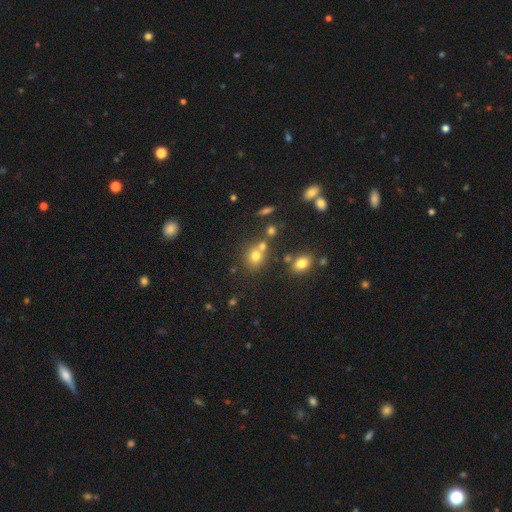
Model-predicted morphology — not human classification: This appears to be a smooth galaxy with no disk features (71%) that is round (75%). Merging: none (55%).